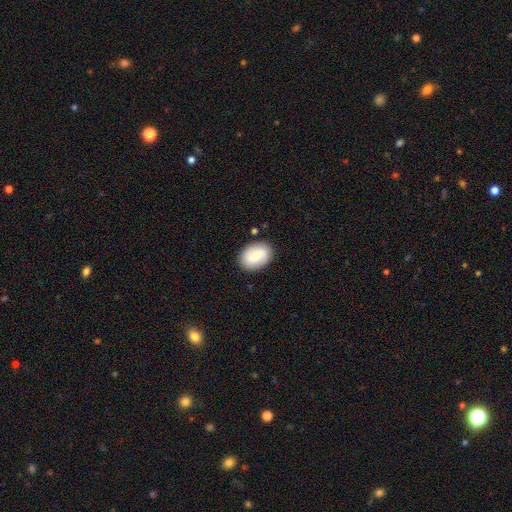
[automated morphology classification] The model was most divided on "smooth or featured": smooth: 69%, featured or disk: 25%, star or artifact: 7%. More confident: merging — none (86%); how rounded — in between (73%).